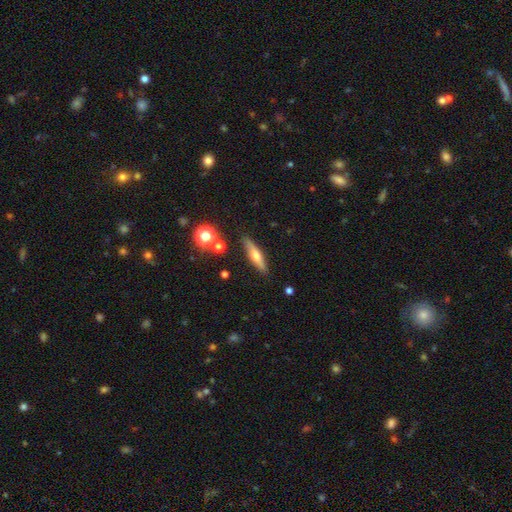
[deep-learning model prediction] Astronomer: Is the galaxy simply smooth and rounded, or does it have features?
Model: featured or disk — 49% (runner-up: smooth, 43%).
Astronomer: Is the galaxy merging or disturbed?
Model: none — 86%.